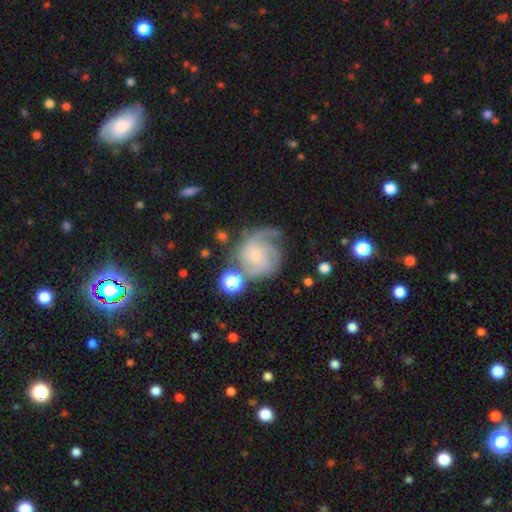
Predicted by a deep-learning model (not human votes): smooth-or-featured: featured or disk: 76% | smooth: 16% | star or artifact: 8%
  disk-edge-on: no: 98% | yes: 2%
    bar: no: 71% | weak: 25% | strong: 4%
    has-spiral-arms: yes: 93% | no: 7%
      spiral-winding: tight: 49% | medium: 37% | loose: 14%
      spiral-arm-count: can't tell: 29% | 3: 25% | 2: 23% | 1: 8% | 4: 8% | more than 4: 5%
    bulge-size: small: 73% | moderate: 20% | none: 4% | large: 2% | dominant: 1%
  merging: none: 51% | minor disturbance: 22% | major disturbance: 18% | merger: 9%